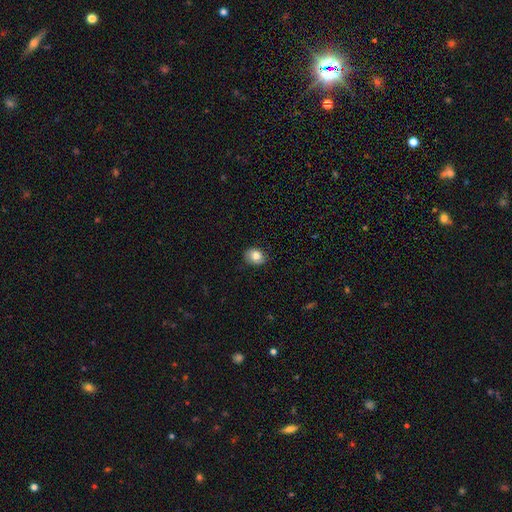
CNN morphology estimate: Smooth or featured? Predicted: smooth (p=0.81). How rounded? Predicted: round (p=0.51). Merging? Predicted: none (p=0.81).